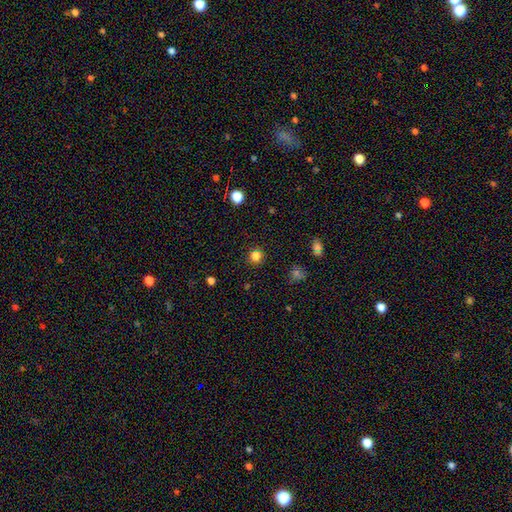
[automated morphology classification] A smooth galaxy with no disk features (81%) that is round (92%). Merging: none (90%).